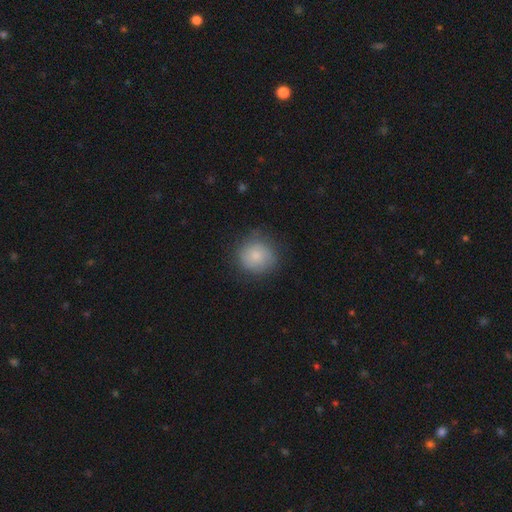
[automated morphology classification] This is clearly a smooth galaxy (81%). How rounded: clearly round (91%). Merging: likely none (77%).